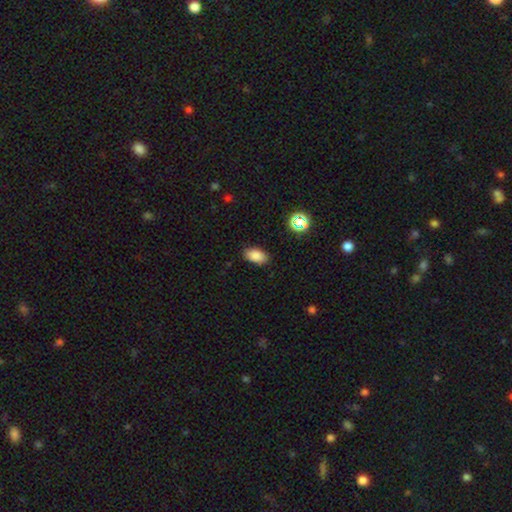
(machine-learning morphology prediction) Smooth or featured? Predicted: smooth (p=0.83). How rounded? Predicted: in between (p=0.92). Merging? Predicted: none (p=0.85).